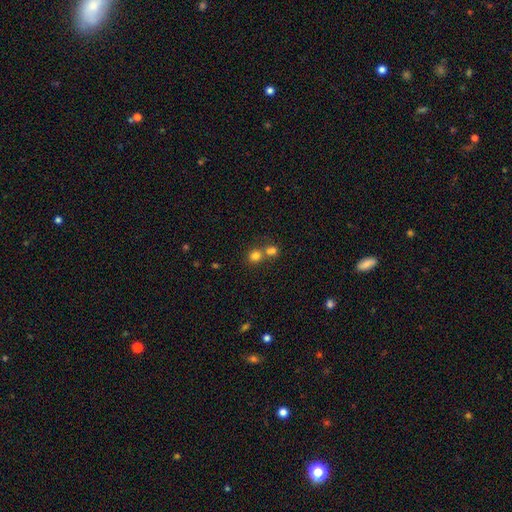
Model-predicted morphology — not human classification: Smooth or featured: smooth — 78% (star or artifact — 14%)
How rounded: round — 83% (in between — 16%)
Merging: none — 47% (merger — 44%)